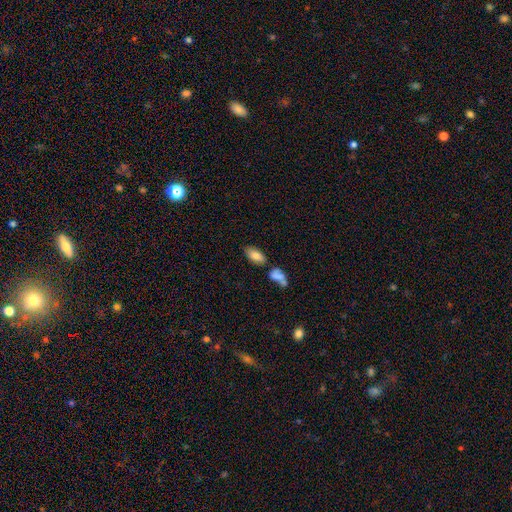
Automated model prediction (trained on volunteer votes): Smooth or featured?
  - smooth: 81% *
  - featured or disk: 12%
  - star or artifact: 8%
How rounded?
  - in between: 92% *
  - cigar-shaped: 5%
  - round: 3%
Merging?
  - none: 69% *
  - minor disturbance: 16%
  - merger: 11%
  - major disturbance: 4%